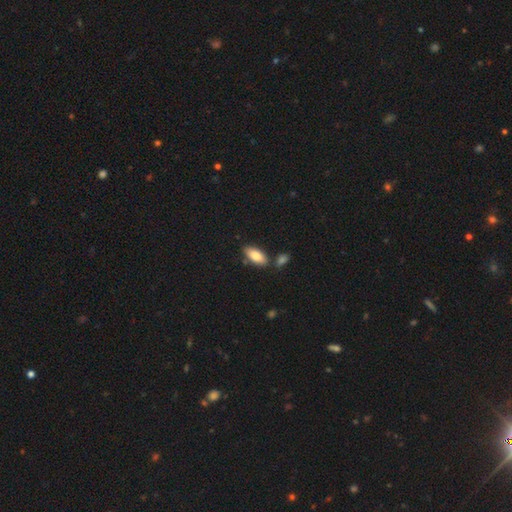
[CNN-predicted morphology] Smooth or featured: smooth — 82% (featured or disk — 12%)
How rounded: in between — 85% (cigar-shaped — 12%)
Merging: none — 75% (minor disturbance — 12%)